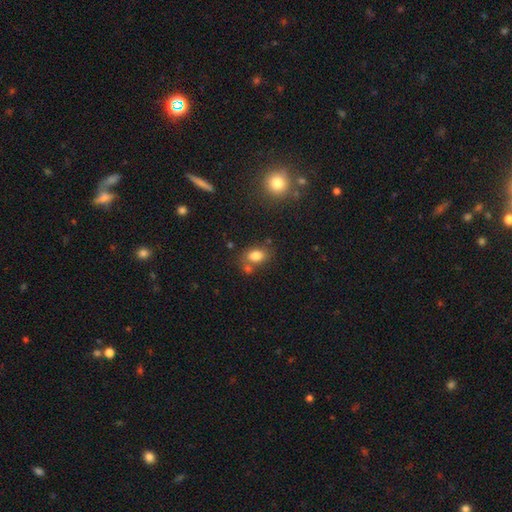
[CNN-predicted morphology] Smooth or featured?
  - smooth: 80% *
  - star or artifact: 11%
  - featured or disk: 9%
How rounded?
  - in between: 74% *
  - round: 24%
  - cigar-shaped: 1%
Merging?
  - none: 62% *
  - merger: 20%
  - minor disturbance: 14%
  - major disturbance: 5%